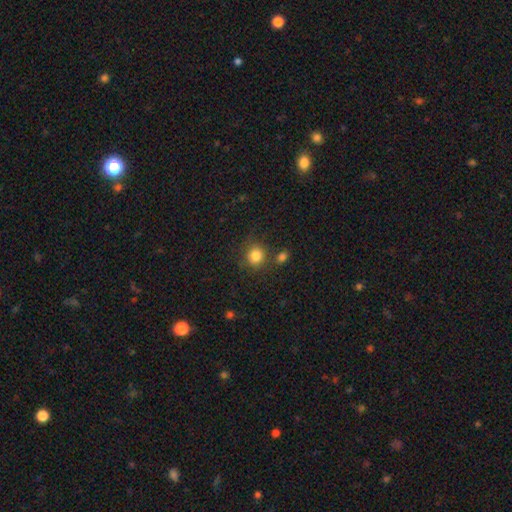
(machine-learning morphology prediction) A smooth galaxy with no disk features (83%) that is round (84%). Merging: none (73%).